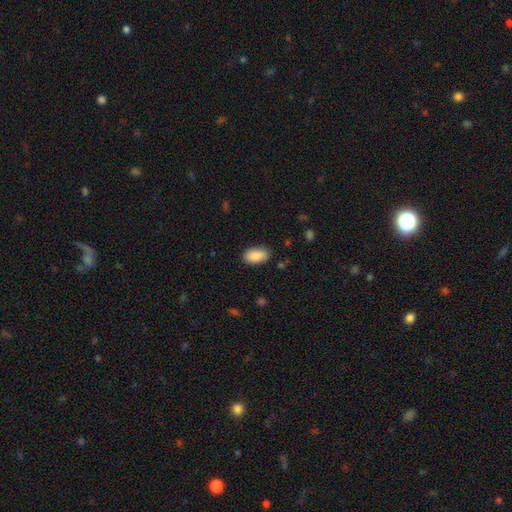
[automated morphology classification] smooth 85%, featured or disk 8%, star or artifact 7%. Down the decision tree: how rounded — in between (94%); merging — none (85%).